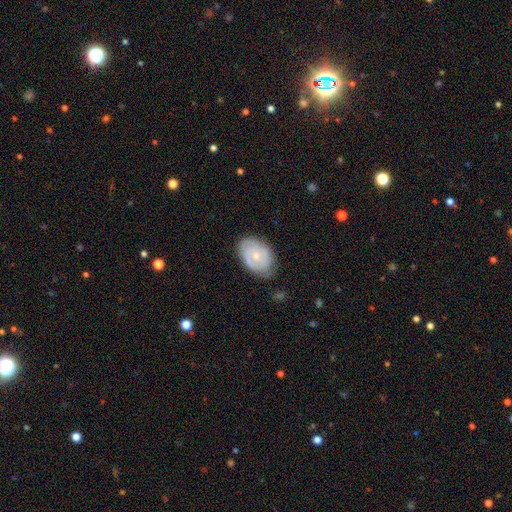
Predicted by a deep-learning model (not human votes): Morphology: type=featured or disk (57%); edge-on=no (96%); bar=no (78%); spiral arms=yes (69%); bulge=small (53%); merging=none (69%).